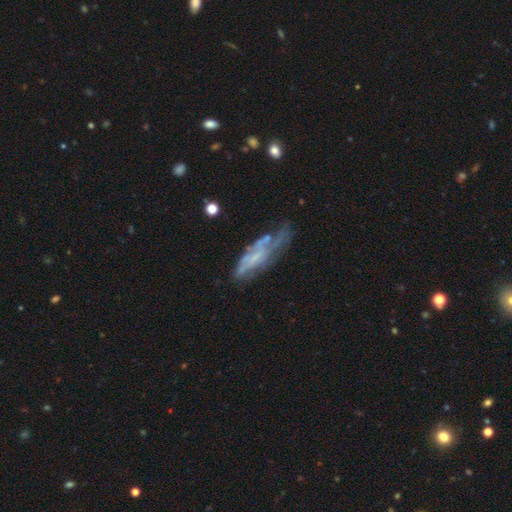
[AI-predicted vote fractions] Smooth or featured?
  - featured or disk: 58% *
  - smooth: 32%
  - star or artifact: 11%
Edge-on disk?
  - no: 73% *
  - yes: 27%
Merging?
  - none: 37% *
  - minor disturbance: 28%
  - major disturbance: 28%
  - merger: 7%